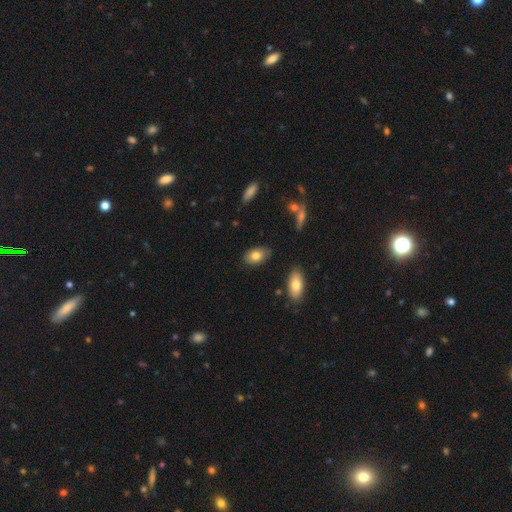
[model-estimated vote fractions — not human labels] smooth_or_featured: smooth (p=0.79) [alt: featured or disk p=0.14]
how_rounded: in between (p=0.92) [alt: round p=0.06]
merging: none (p=0.82) [alt: minor disturbance p=0.13]